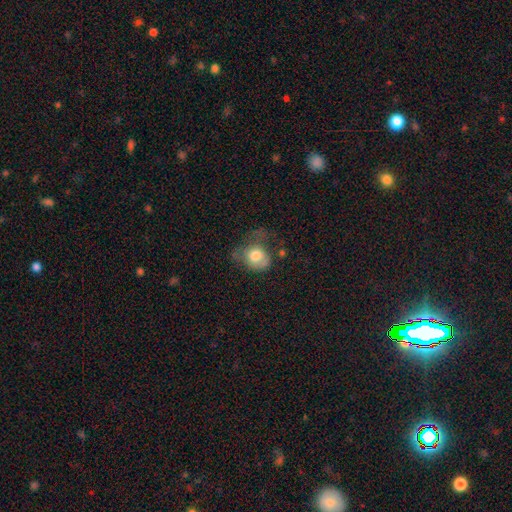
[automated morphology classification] Smooth or featured? Predicted: smooth (p=0.70). How rounded? Predicted: round (p=0.53). Merging? Predicted: major disturbance (p=0.42).